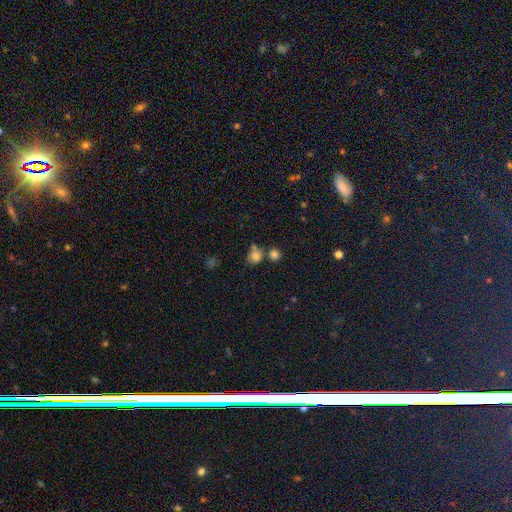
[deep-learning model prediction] Smooth or featured? smooth (77%)
How rounded? round (73%)
Merging? none (52%)